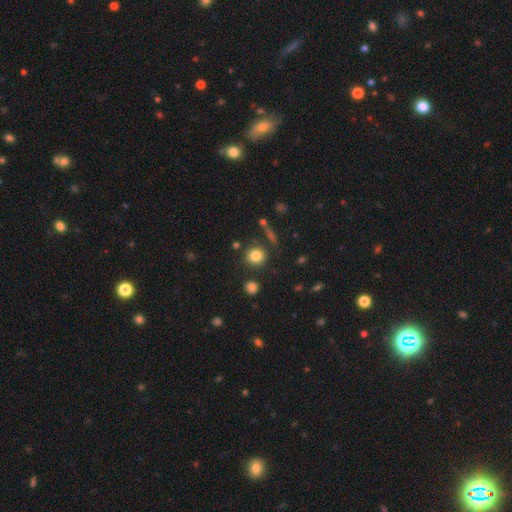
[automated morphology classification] Smooth or featured: smooth — 82% (star or artifact — 11%)
How rounded: round — 88% (in between — 11%)
Merging: none — 83% (minor disturbance — 8%)